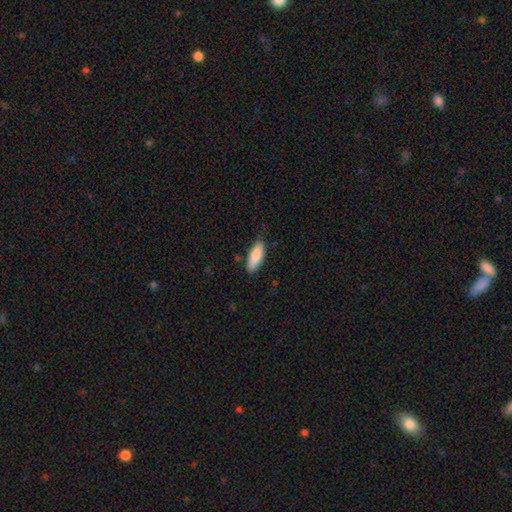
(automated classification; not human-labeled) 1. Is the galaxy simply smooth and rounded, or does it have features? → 87% smooth, 7% featured or disk, 6% star or artifact.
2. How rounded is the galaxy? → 71% in between, 28% cigar-shaped, 2% round.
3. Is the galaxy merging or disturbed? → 83% none, 13% minor disturbance, 2% major disturbance, 2% merger.